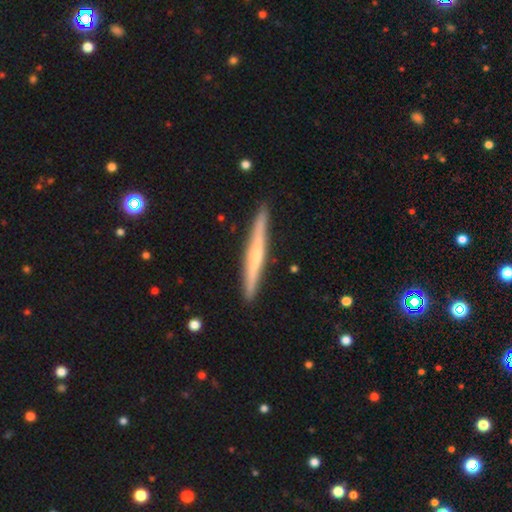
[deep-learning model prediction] Smooth or featured? Predicted: featured or disk (p=0.63). Edge-on disk? Predicted: yes (p=0.97). Edge-on bulge? Predicted: rounded (p=0.51). Merging? Predicted: none (p=0.91).